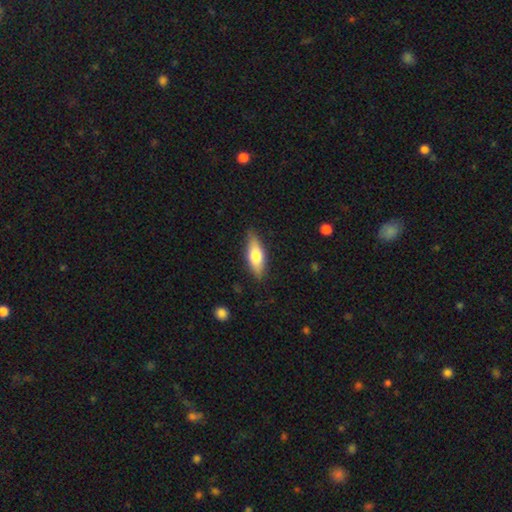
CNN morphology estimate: Smooth or featured? Predicted: smooth (p=0.67). How rounded? Predicted: in between (p=0.62). Merging? Predicted: none (p=0.83).